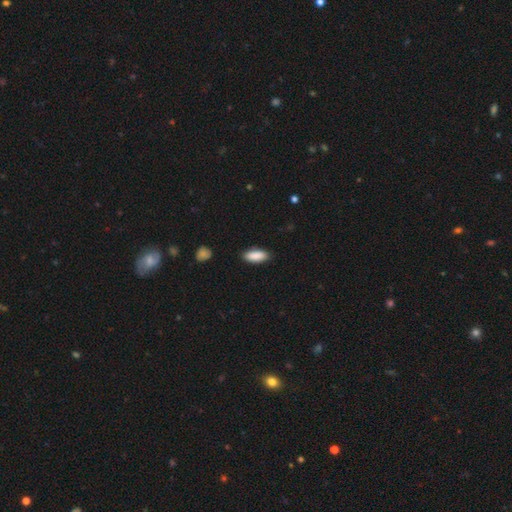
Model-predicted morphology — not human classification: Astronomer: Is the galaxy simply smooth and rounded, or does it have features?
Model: smooth — 89%.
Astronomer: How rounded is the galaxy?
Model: in between — 81%.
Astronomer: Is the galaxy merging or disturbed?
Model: none — 86%.